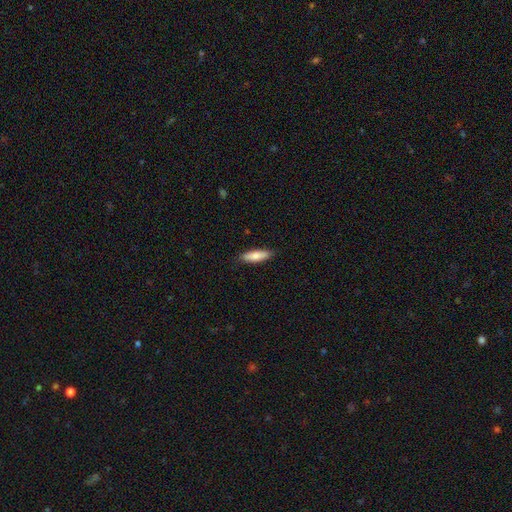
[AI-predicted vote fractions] Overall: smooth (79%). How rounded: cigar-shaped (57%; in between 41%). Merging: none (87%).